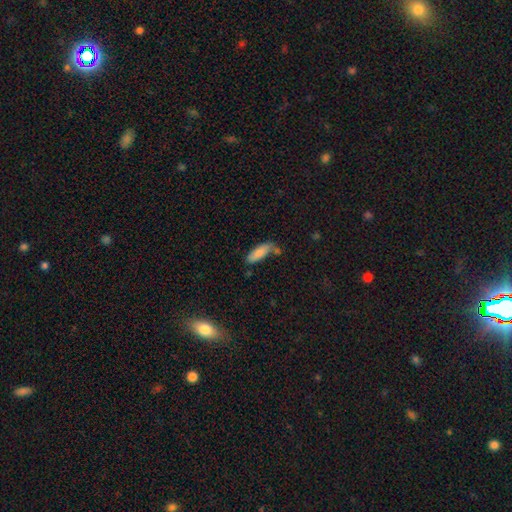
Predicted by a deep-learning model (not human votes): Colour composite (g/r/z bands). It shows a smooth galaxy with no disk features (54%) that is in between round and cigar-shaped (52%). Merging: none (59%).